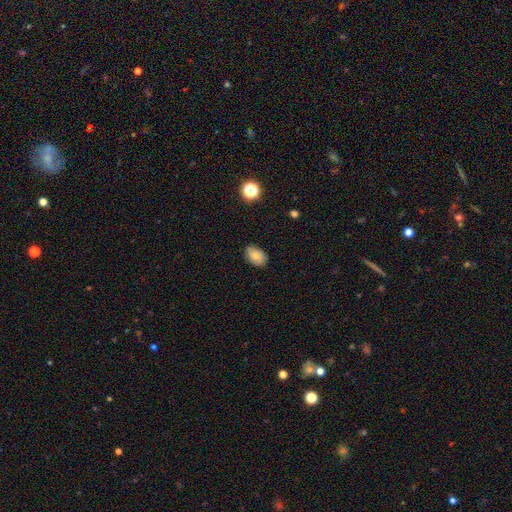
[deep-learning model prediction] A smooth galaxy with no disk features (78%) that is in between round and cigar-shaped (85%).

Vote fractions:
- Smooth or featured? smooth: 78% / featured or disk: 12% / star or artifact: 9%
- How rounded? in between: 85% / round: 14% / cigar-shaped: 1%
- Merging? none: 80% / minor disturbance: 16% / major disturbance: 3% / merger: 1%